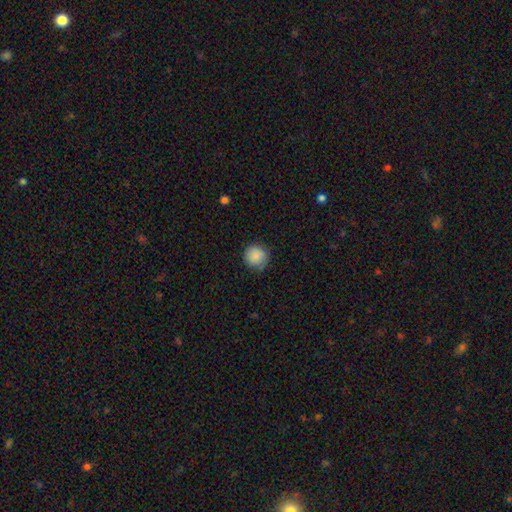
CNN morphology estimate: Smooth or featured? Predicted: smooth (p=0.87). How rounded? Predicted: round (p=0.93). Merging? Predicted: none (p=0.80).